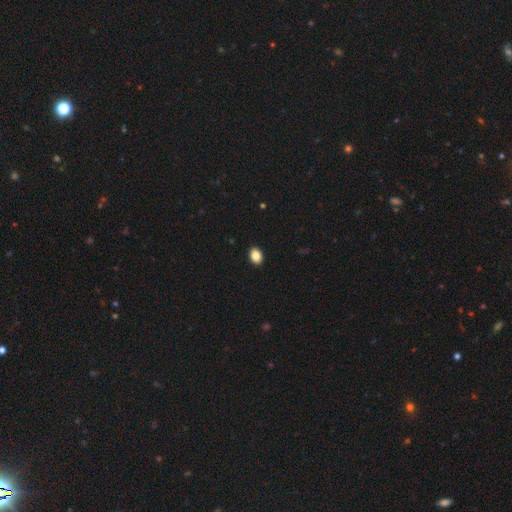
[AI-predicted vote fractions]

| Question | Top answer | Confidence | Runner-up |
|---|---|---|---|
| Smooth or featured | smooth | 87% | star or artifact (9%) |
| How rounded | in between | 72% | round (27%) |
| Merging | none | 92% | minor disturbance (6%) |